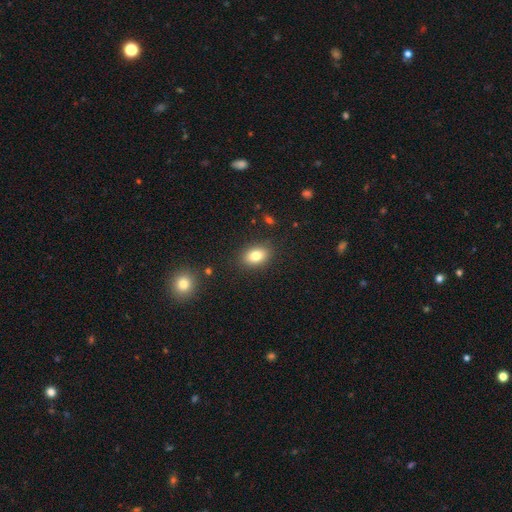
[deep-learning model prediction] Smooth or featured? smooth (80%)
How rounded? in between (80%)
Merging? none (86%)